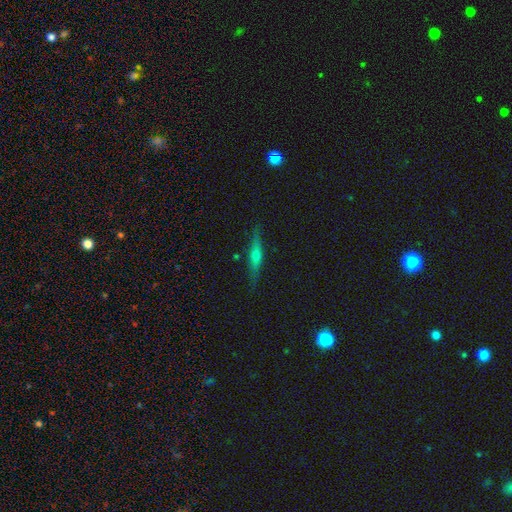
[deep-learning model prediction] This is possibly a featured or disk galaxy (59%). It is clearly viewed edge-on (94%). Edge-on bulge: clearly rounded (84%). Merging: clearly none (85%).